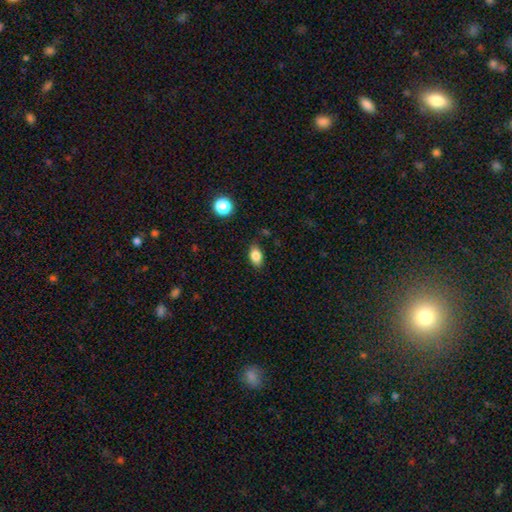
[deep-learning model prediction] Smooth or featured? Predicted: smooth (p=0.84). How rounded? Predicted: in between (p=0.85). Merging? Predicted: none (p=0.82).